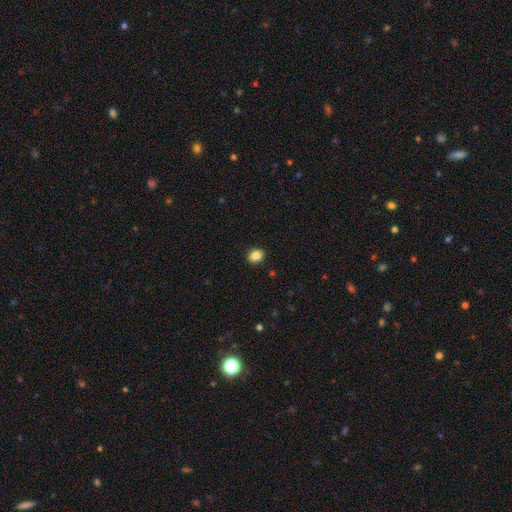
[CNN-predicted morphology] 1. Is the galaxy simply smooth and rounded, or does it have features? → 85% smooth, 10% star or artifact, 5% featured or disk.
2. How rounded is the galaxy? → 57% round, 43% in between, 1% cigar-shaped.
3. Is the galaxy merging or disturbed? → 91% none, 7% minor disturbance, 2% major disturbance, 1% merger.